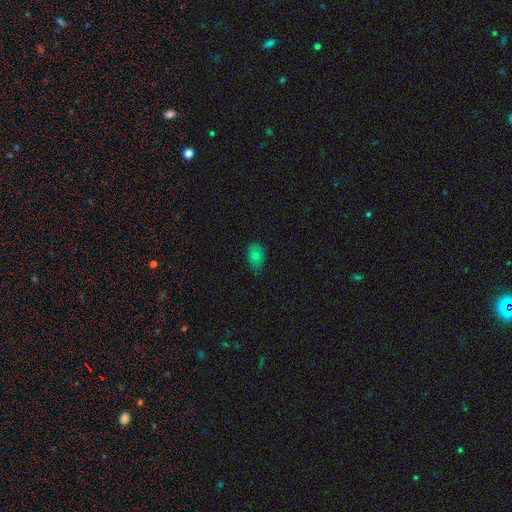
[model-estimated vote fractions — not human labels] smooth_or_featured: smooth (p=0.73) [alt: featured or disk p=0.14]
how_rounded: in between (p=0.84) [alt: round p=0.14]
merging: none (p=0.69) [alt: minor disturbance p=0.25]